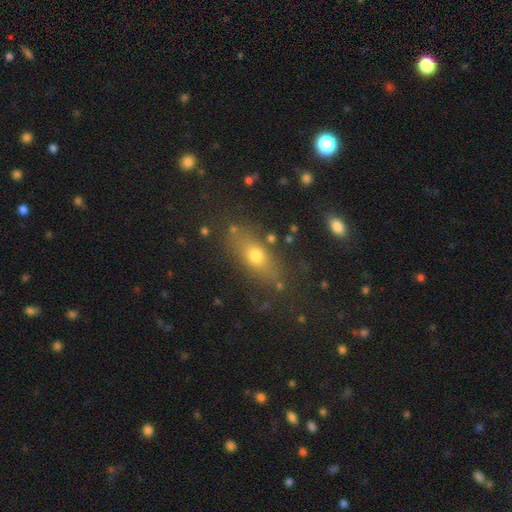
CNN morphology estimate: type=smooth (65%); roundness=in between (66%); merging=none (79%).